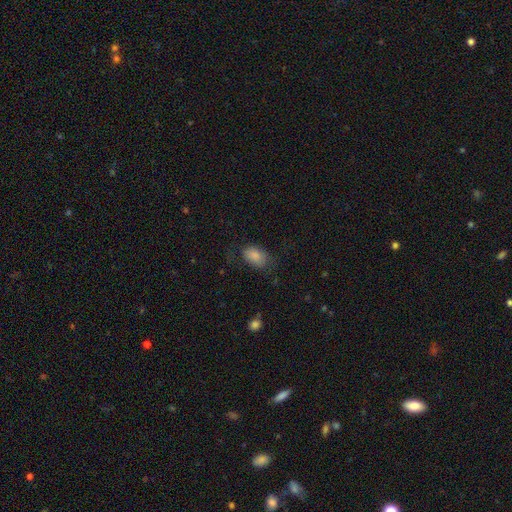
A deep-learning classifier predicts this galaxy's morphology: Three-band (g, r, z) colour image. It shows a smooth galaxy with no disk features (79%) that is in between round and cigar-shaped (86%). Merging: none (65%).